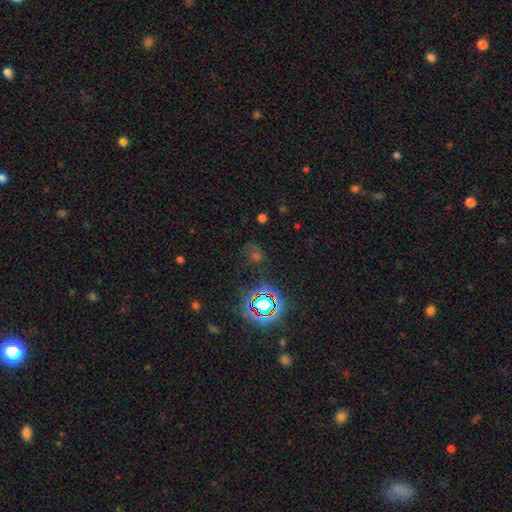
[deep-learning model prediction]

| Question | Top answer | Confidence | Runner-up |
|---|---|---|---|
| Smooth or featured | star or artifact | 61% | smooth (27%) |